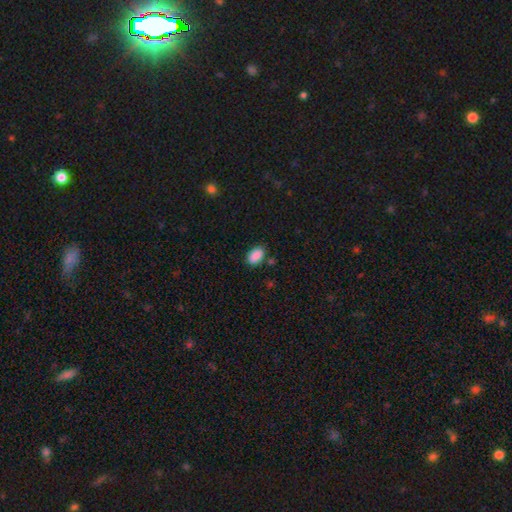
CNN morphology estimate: This is clearly a smooth galaxy (89%). How rounded: clearly in between (90%). Merging: clearly none (81%).